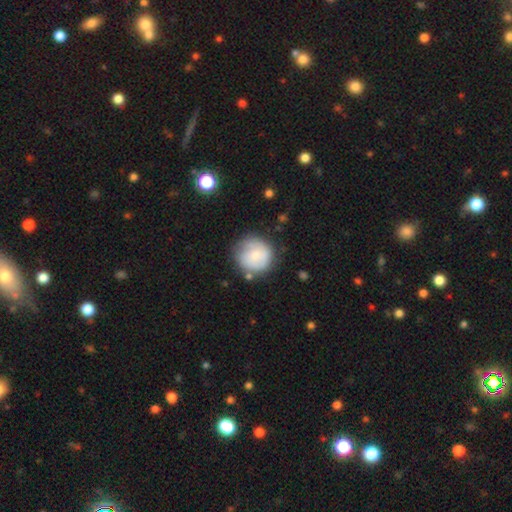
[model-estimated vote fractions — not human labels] Q: Smooth or featured?
A: smooth (60%); runner-up: featured or disk (33%)
Q: How rounded?
A: round (91%); runner-up: in between (8%)
Q: Merging?
A: none (66%); runner-up: minor disturbance (21%)